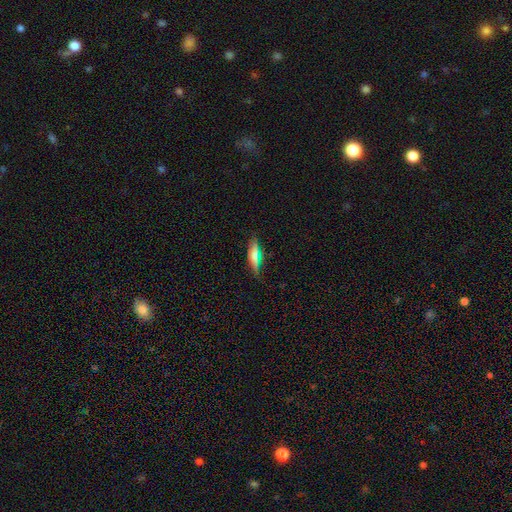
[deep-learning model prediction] smooth_or_featured: smooth (p=0.60) [alt: featured or disk p=0.29]
how_rounded: cigar-shaped (p=0.59) [alt: in between p=0.38]
merging: none (p=0.78) [alt: minor disturbance p=0.16]